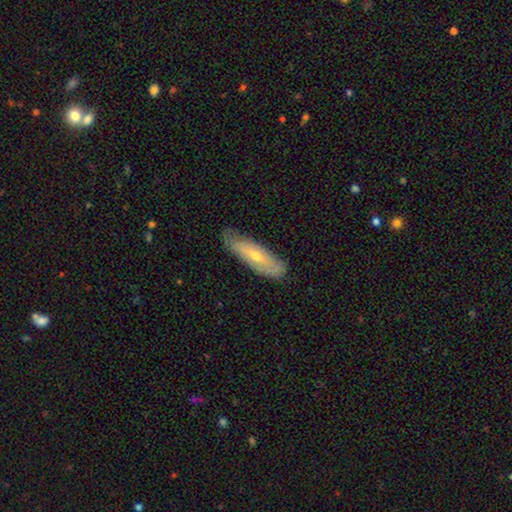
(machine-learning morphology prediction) smooth_or_featured: featured or disk (p=0.48) [alt: smooth p=0.46]
merging: none (p=0.73) [alt: minor disturbance p=0.22]